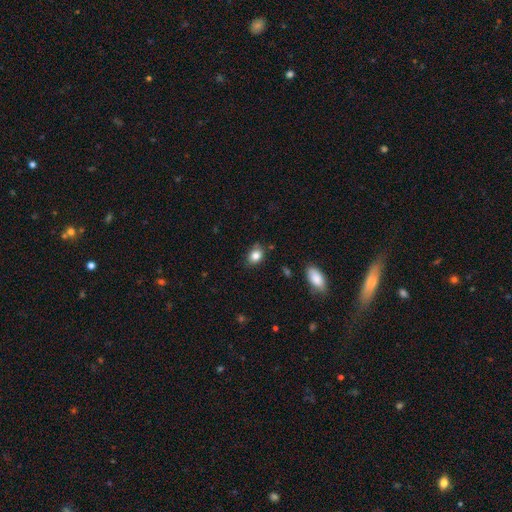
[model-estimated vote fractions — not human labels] This appears to be a smooth galaxy with no disk features (84%) that is in between round and cigar-shaped (67%). Merging: none (74%).